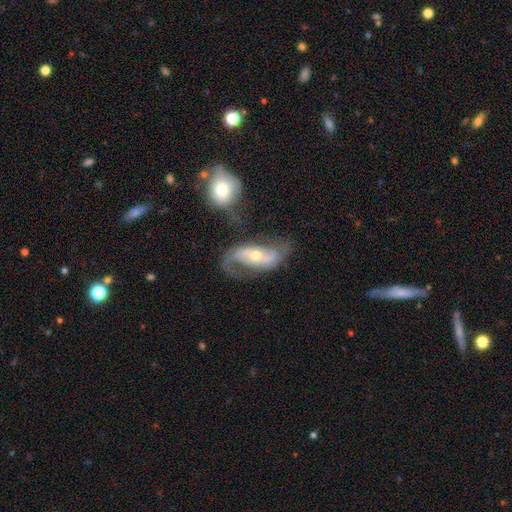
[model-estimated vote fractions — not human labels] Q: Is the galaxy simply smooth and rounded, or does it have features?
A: featured or disk — 84%.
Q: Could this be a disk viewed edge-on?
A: no — 95%.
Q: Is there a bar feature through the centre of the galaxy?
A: no — 43%.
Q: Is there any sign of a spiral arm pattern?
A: yes — 92%.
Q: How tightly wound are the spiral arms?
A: loose — 55%.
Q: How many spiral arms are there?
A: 2 — 86%.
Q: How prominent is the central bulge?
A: moderate — 55%.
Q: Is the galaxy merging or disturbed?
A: none — 48%.